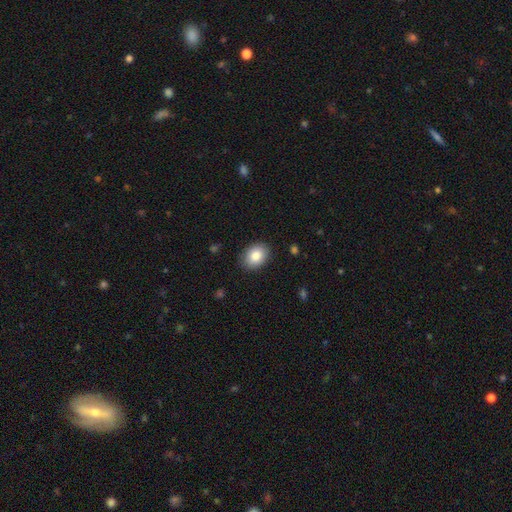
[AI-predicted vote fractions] Morphology: type=smooth (85%); roundness=in between (70%); merging=none (88%).